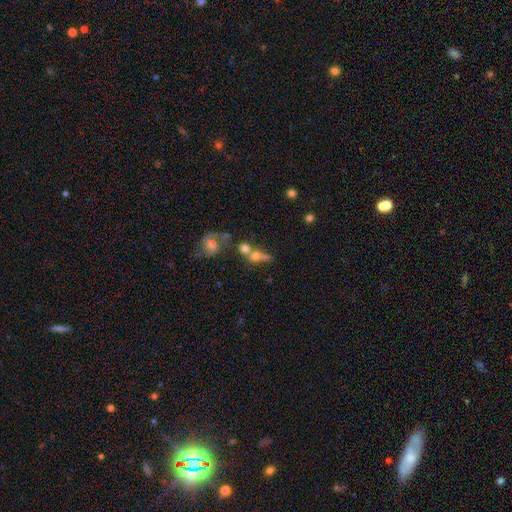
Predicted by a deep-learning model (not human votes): Overall: smooth (53%; featured or disk 33%). How rounded: round (57%; in between 34%). Merging: merger (55%; none 25%).